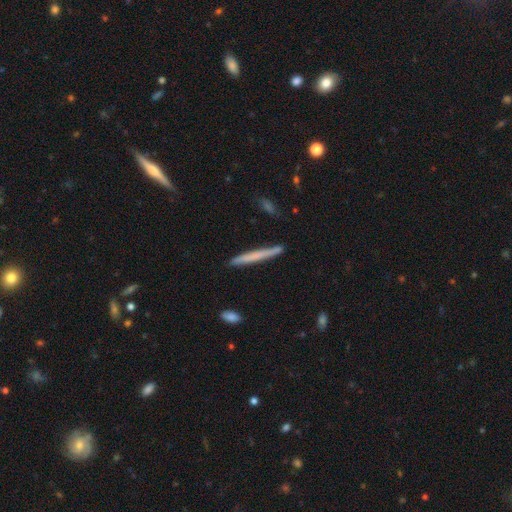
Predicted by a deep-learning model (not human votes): smooth-or-featured: smooth: 58% | featured or disk: 36% | star or artifact: 6%
  how-rounded: cigar-shaped: 97% | in between: 2% | round: 1%
  merging: none: 89% | minor disturbance: 8% | merger: 2% | major disturbance: 1%